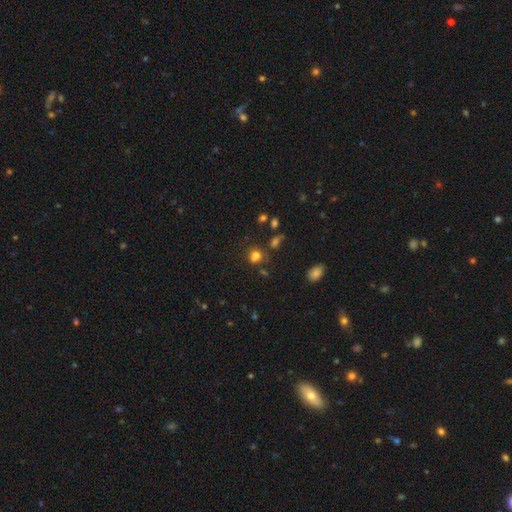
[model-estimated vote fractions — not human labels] Morphology: type=smooth (70%); roundness=round (69%); merging=none (58%).